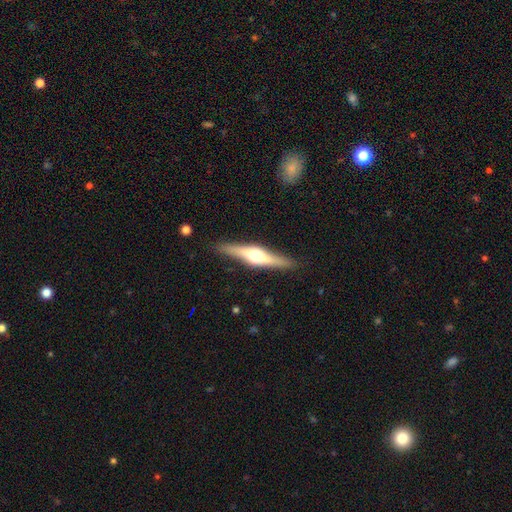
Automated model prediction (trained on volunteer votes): smooth_or_featured: featured or disk (p=0.70) [alt: smooth p=0.25]
disk_edge_on: yes (p=0.96) [alt: no p=0.04]
edge_on_bulge: rounded (p=0.93) [alt: boxy p=0.05]
merging: none (p=0.88) [alt: minor disturbance p=0.09]